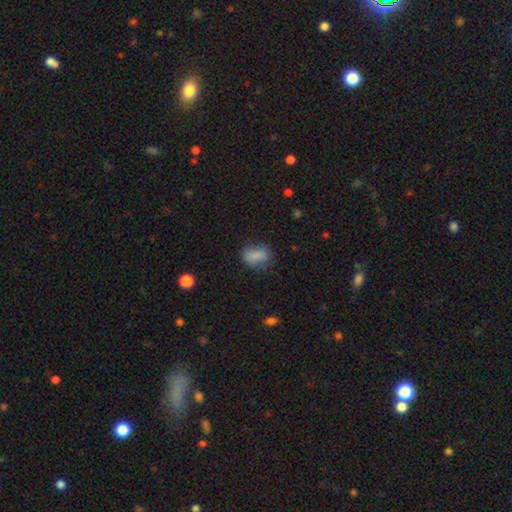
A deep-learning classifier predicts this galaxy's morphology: Smooth or featured? smooth (77%)
How rounded? in between (74%)
Merging? none (69%)